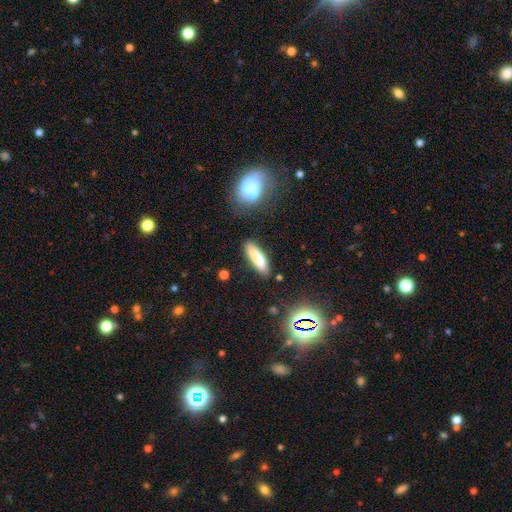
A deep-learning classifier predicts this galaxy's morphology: Smooth or featured? Predicted: smooth (p=0.79). How rounded? Predicted: cigar-shaped (p=0.57). Merging? Predicted: none (p=0.77).